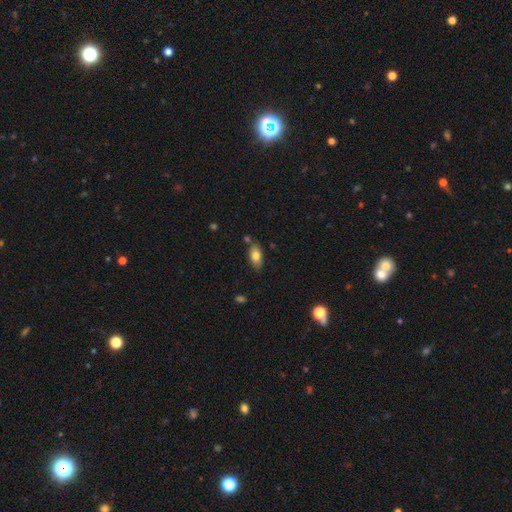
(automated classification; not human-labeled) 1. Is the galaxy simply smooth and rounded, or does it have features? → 77% smooth, 16% featured or disk, 7% star or artifact.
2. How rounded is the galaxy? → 87% in between, 9% cigar-shaped, 4% round.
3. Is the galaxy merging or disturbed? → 77% none, 15% minor disturbance, 6% merger, 3% major disturbance.